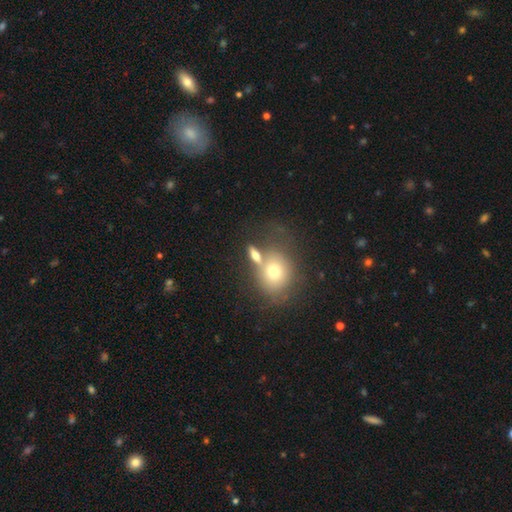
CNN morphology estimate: A smooth galaxy with no disk features (68%) that is in between round and cigar-shaped (49%).

Vote fractions:
- Smooth or featured? smooth: 68% / featured or disk: 22% / star or artifact: 11%
- How rounded? in between: 49% / round: 39% / cigar-shaped: 12%
- Merging? none: 45% / merger: 35% / minor disturbance: 13% / major disturbance: 8%